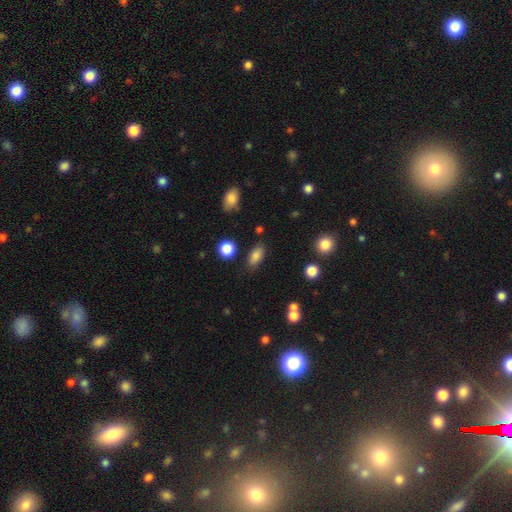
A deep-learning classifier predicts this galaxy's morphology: Smooth or featured?
  - smooth: 83% *
  - star or artifact: 10%
  - featured or disk: 7%
How rounded?
  - in between: 87% *
  - round: 7%
  - cigar-shaped: 6%
Merging?
  - none: 80% *
  - minor disturbance: 13%
  - major disturbance: 4%
  - merger: 3%